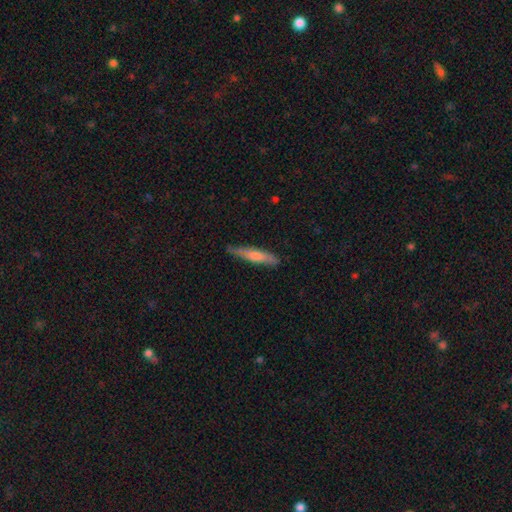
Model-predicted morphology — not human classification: smooth_or_featured: smooth (p=0.61) [alt: featured or disk p=0.34]
how_rounded: cigar-shaped (p=0.88) [alt: in between p=0.10]
merging: none (p=0.77) [alt: minor disturbance p=0.18]